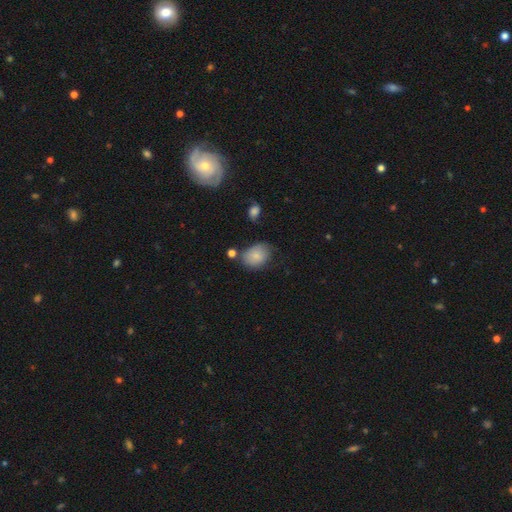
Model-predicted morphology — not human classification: smooth 81%, featured or disk 11%, star or artifact 8%. Down the decision tree: how rounded — in between (64%); merging — none (58%).